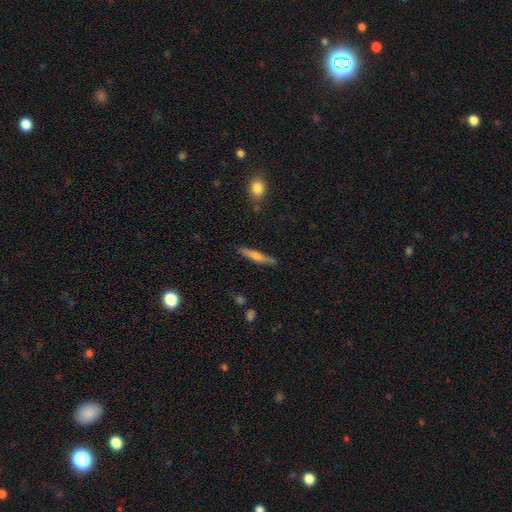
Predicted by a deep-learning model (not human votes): Smooth or featured? Predicted: featured or disk (p=0.51). Edge-on disk? Predicted: yes (p=0.95). Merging? Predicted: none (p=0.86).